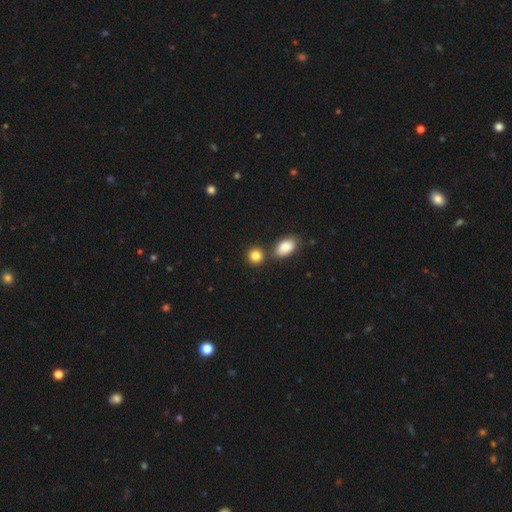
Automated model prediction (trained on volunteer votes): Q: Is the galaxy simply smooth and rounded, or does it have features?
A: smooth — 85%.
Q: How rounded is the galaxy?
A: round — 77%.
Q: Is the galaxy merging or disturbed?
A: none — 71%.